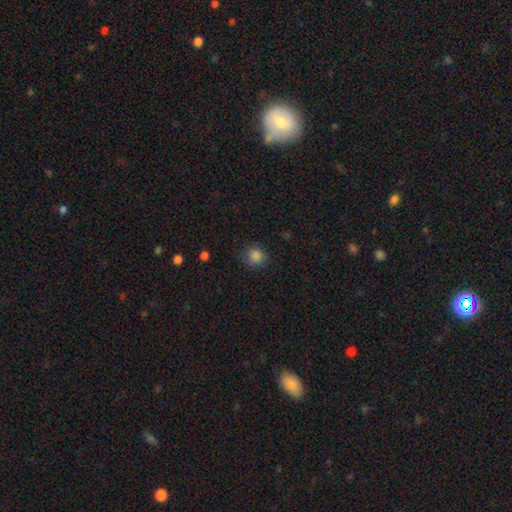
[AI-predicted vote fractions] smooth_or_featured: smooth (p=0.85) [alt: star or artifact p=0.11]
how_rounded: round (p=0.89) [alt: in between p=0.10]
merging: none (p=0.77) [alt: minor disturbance p=0.16]